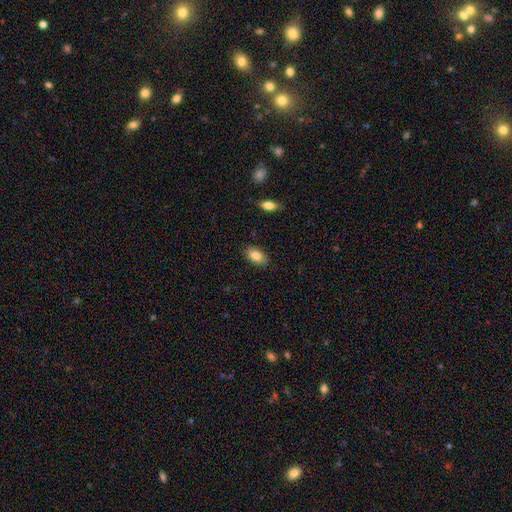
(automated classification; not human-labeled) smooth 84%, featured or disk 9%, star or artifact 8%. Down the decision tree: how rounded — in between (91%); merging — none (88%).